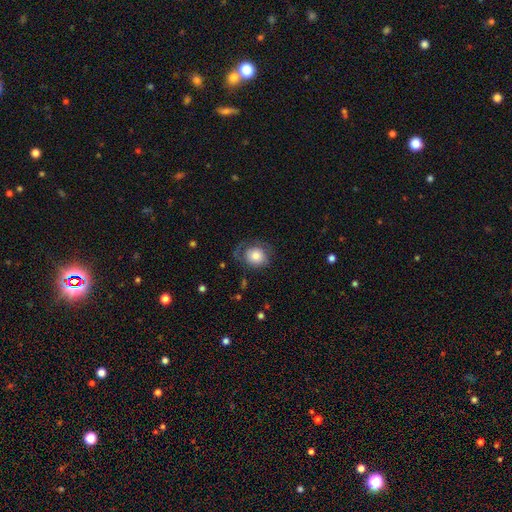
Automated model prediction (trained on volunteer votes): Smooth or featured: smooth — 67% (featured or disk — 24%)
How rounded: round — 71% (in between — 28%)
Merging: none — 54% (minor disturbance — 22%)